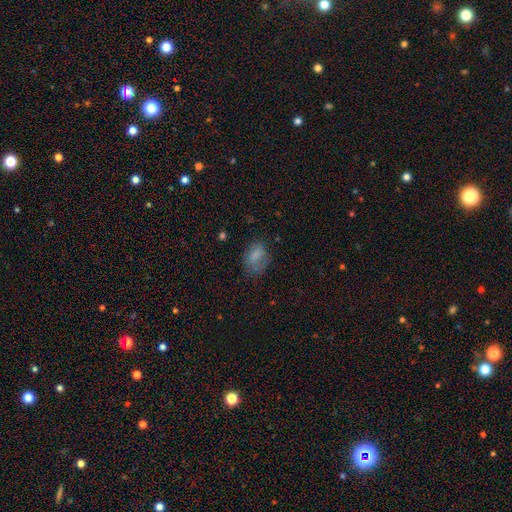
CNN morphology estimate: Q: Smooth or featured?
A: smooth (72%); runner-up: featured or disk (17%)
Q: How rounded?
A: in between (78%); runner-up: round (20%)
Q: Merging?
A: none (57%); runner-up: minor disturbance (26%)